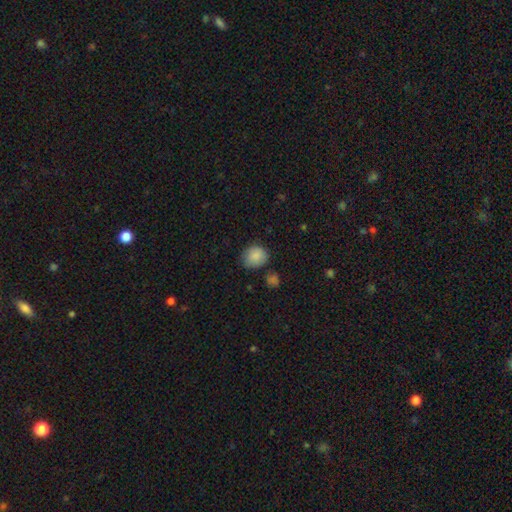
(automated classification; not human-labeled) The model was most divided on "how rounded": round: 66%, in between: 33%, cigar-shaped: 1%. More confident: smooth or featured — smooth (87%); merging — none (68%).